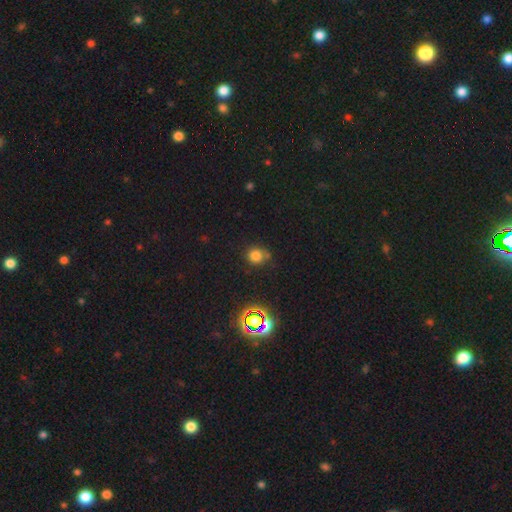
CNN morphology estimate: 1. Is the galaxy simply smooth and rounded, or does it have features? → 74% smooth, 19% star or artifact, 7% featured or disk.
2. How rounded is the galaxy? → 84% round, 15% in between, 1% cigar-shaped.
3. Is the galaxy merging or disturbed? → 71% none, 18% minor disturbance, 6% merger, 5% major disturbance.